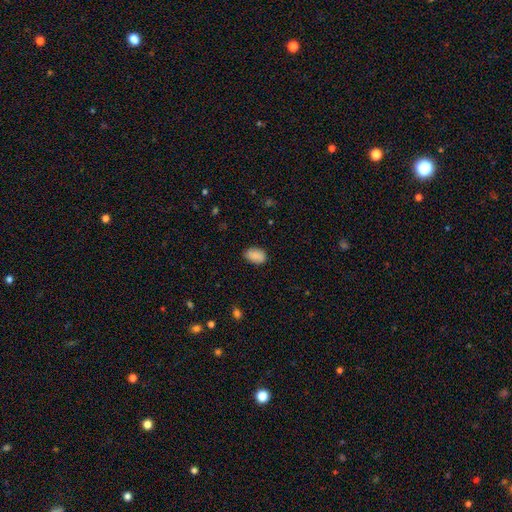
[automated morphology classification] This is clearly a smooth galaxy (87%). How rounded: clearly in between (88%). Merging: clearly none (81%).